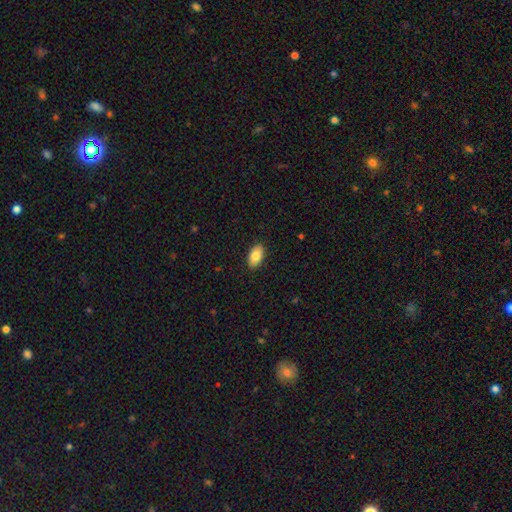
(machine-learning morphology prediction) The model was most divided on "smooth or featured": smooth: 83%, featured or disk: 9%, star or artifact: 7%. More confident: how rounded — in between (94%); merging — none (89%).